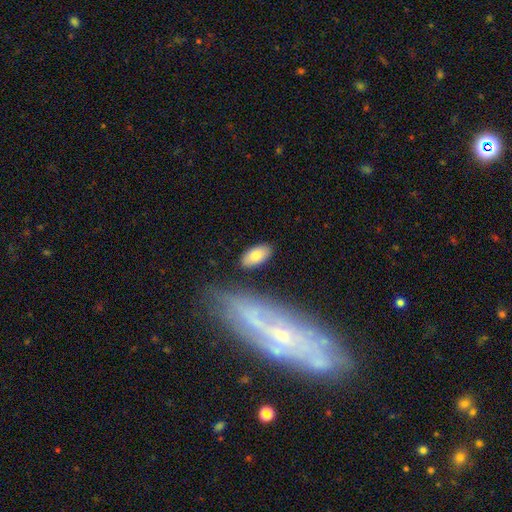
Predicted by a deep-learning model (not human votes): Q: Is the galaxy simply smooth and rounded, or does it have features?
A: smooth — 81%.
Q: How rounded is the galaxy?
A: in between — 93%.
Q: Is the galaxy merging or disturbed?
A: none — 80%.